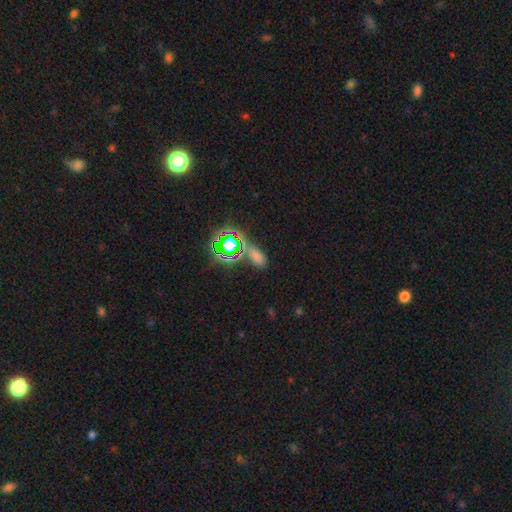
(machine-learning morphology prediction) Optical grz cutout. It shows a smooth galaxy with no disk features (50%) that is in between round and cigar-shaped (78%). Merging: none (60%).